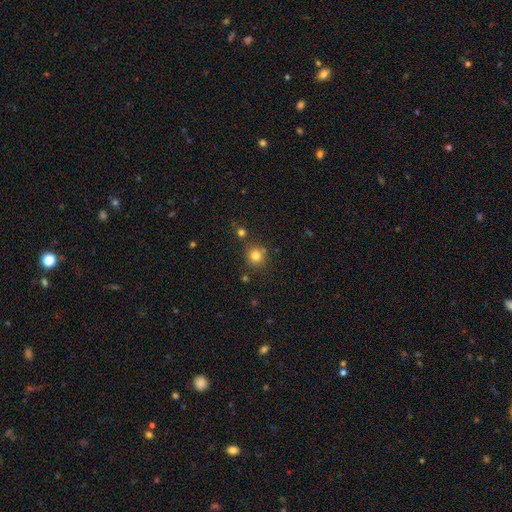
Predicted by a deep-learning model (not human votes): Morphology: type=smooth (79%); roundness=round (89%); merging=none (78%).